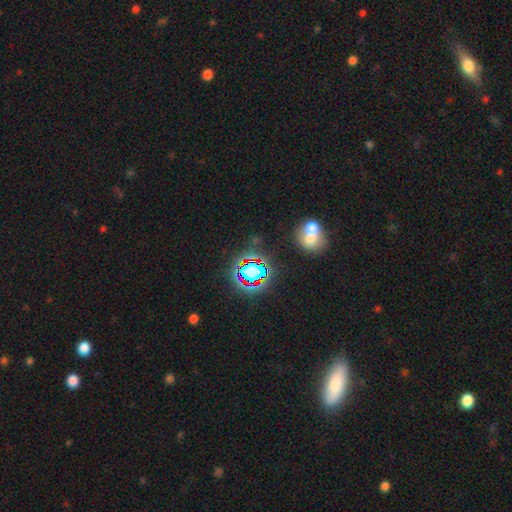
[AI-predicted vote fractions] A star or artifact, not a galaxy (70%).

Vote fractions:
- Smooth or featured? star or artifact: 70% / smooth: 19% / featured or disk: 11%